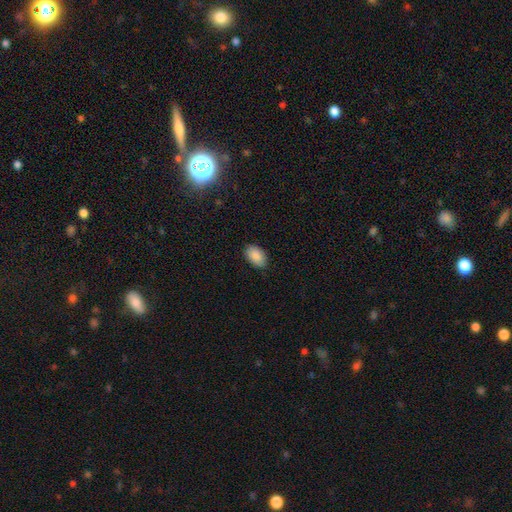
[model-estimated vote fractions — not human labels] Q: Smooth or featured?
A: smooth (88%); runner-up: star or artifact (7%)
Q: How rounded?
A: in between (90%); runner-up: round (8%)
Q: Merging?
A: none (86%); runner-up: minor disturbance (11%)